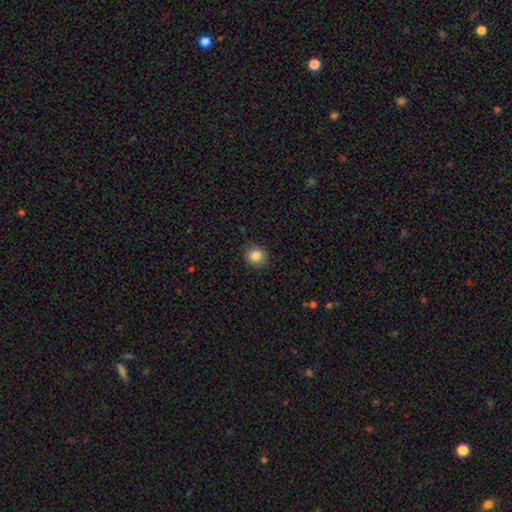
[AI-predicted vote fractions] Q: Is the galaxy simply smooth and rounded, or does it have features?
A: smooth — 85%.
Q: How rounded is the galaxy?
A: round — 87%.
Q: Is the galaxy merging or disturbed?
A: none — 88%.